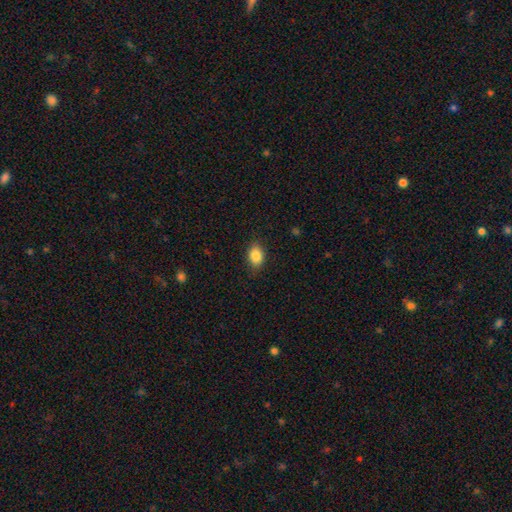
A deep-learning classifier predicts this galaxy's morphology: The model was most divided on "how rounded": in between: 79%, round: 19%, cigar-shaped: 1%. More confident: smooth or featured — smooth (86%); merging — none (85%).